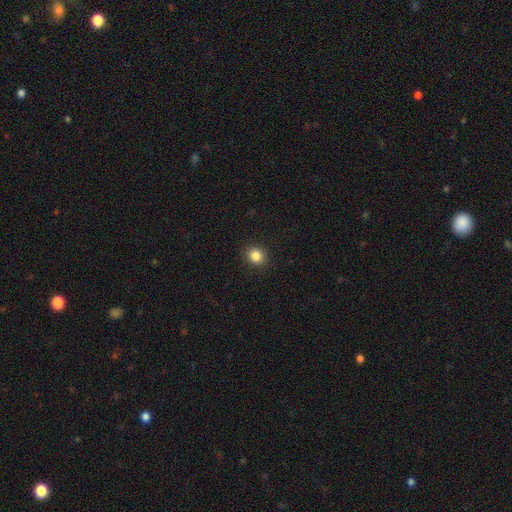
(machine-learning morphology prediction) Smooth or featured? Predicted: smooth (p=0.85). How rounded? Predicted: round (p=0.81). Merging? Predicted: none (p=0.91).